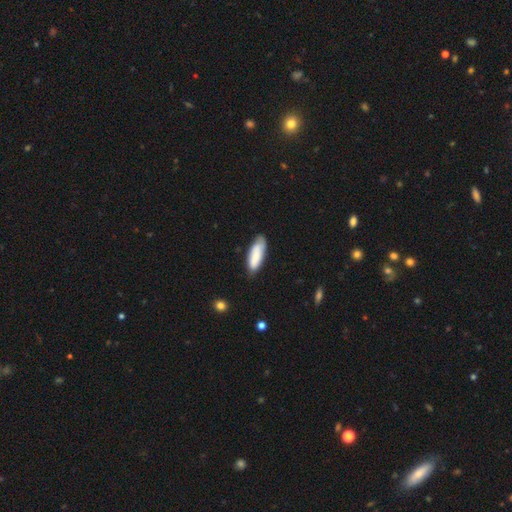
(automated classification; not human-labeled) This appears to be a smooth galaxy with no disk features (82%) that is in between round and cigar-shaped (61%). Merging: none (72%).